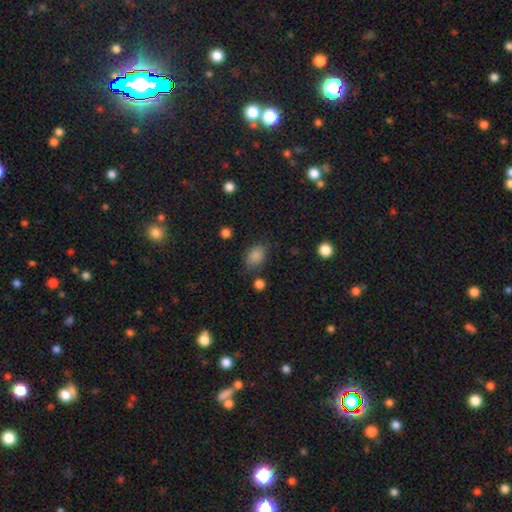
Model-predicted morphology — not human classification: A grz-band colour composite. It shows a smooth galaxy with no disk features (85%) that is in between round and cigar-shaped (74%). Merging: none (73%).